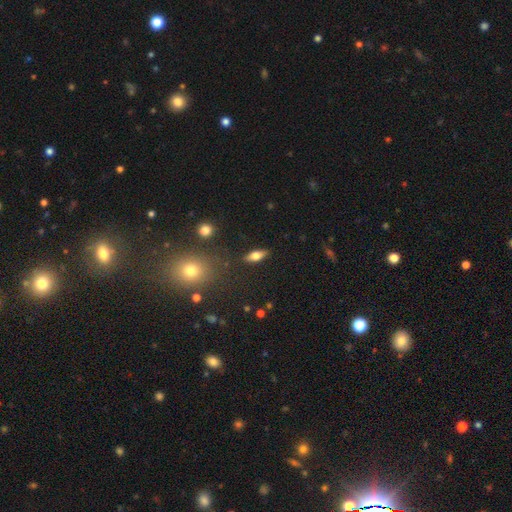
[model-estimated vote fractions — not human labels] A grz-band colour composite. It shows a smooth galaxy with no disk features (60%) that is in between round and cigar-shaped (71%). Merging: none (85%).